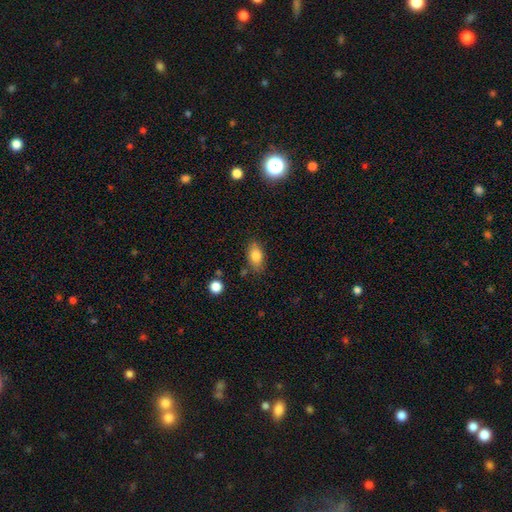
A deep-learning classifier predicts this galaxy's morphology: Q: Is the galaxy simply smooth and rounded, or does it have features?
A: smooth — 81%.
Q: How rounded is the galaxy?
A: in between — 87%.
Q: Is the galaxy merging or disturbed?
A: none — 78%.